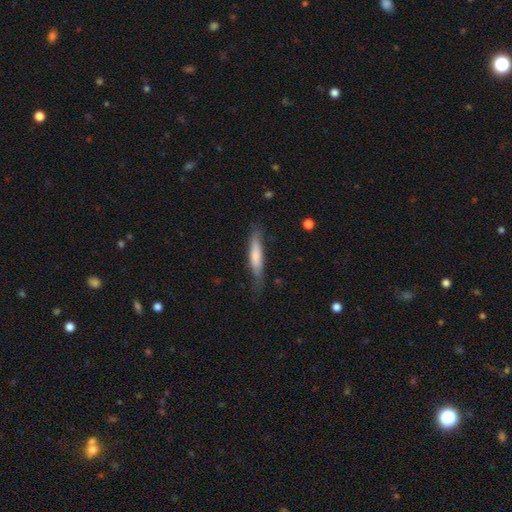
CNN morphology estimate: smooth-or-featured: smooth: 70% | featured or disk: 25% | star or artifact: 5%
  how-rounded: cigar-shaped: 83% | in between: 16% | round: 1%
  merging: none: 65% | minor disturbance: 26% | major disturbance: 8% | merger: 2%